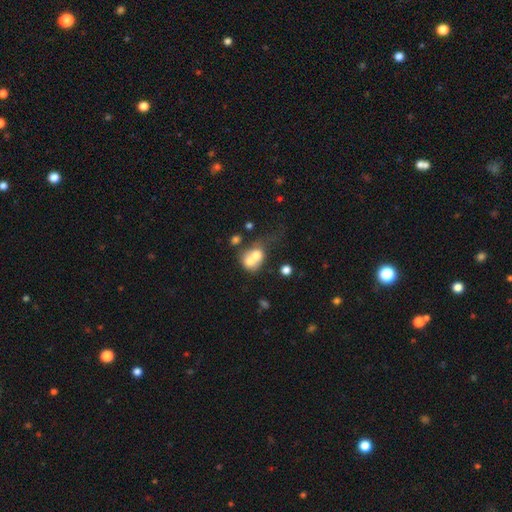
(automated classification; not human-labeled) A smooth galaxy with no disk features (64%) that is round (59%). Merging: merger (70%).